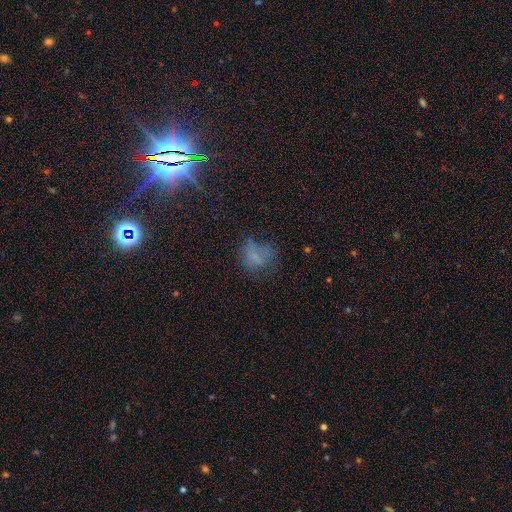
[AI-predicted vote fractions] This appears to be a smooth galaxy with no disk features (48%). Merging: none (44%).